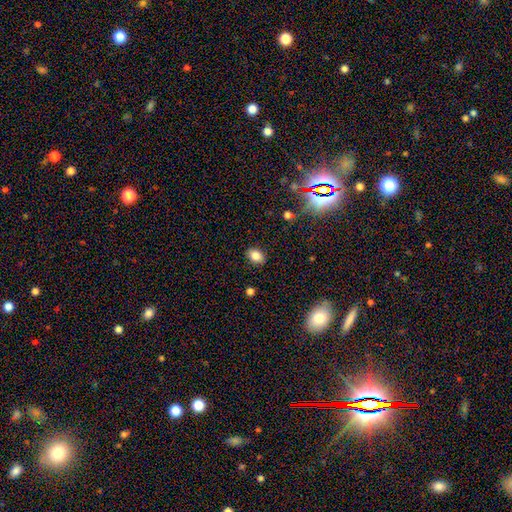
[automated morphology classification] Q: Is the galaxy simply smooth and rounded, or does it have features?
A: smooth — 82%.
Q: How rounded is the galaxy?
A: in between — 74%.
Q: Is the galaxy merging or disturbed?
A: none — 88%.